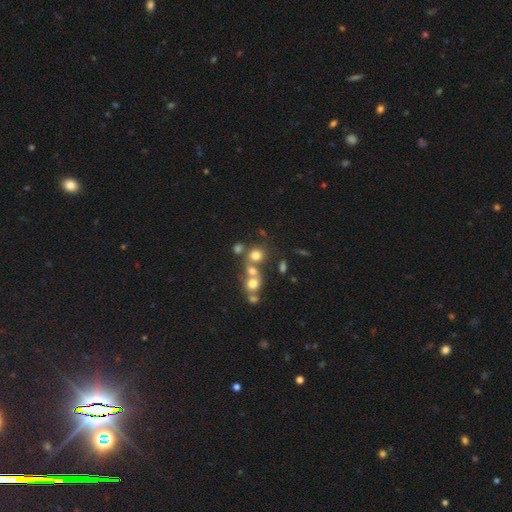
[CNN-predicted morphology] Smooth or featured: smooth — 70% (star or artifact — 16%)
How rounded: round — 77% (in between — 21%)
Merging: none — 48% (merger — 38%)